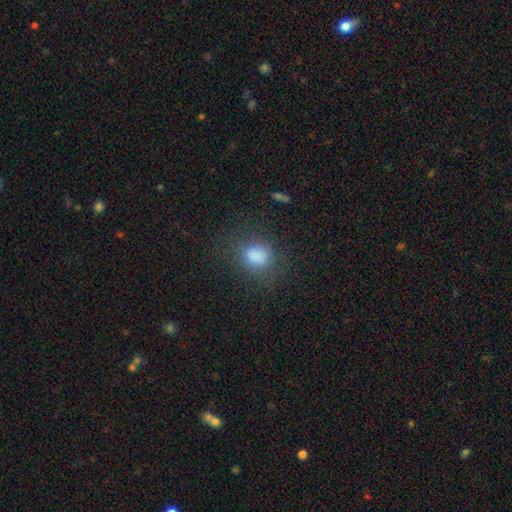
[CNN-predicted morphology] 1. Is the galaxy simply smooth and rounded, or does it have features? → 81% smooth, 12% star or artifact, 7% featured or disk.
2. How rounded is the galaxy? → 53% round, 46% in between, 1% cigar-shaped.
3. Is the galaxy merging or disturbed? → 68% none, 19% minor disturbance, 11% major disturbance, 2% merger.